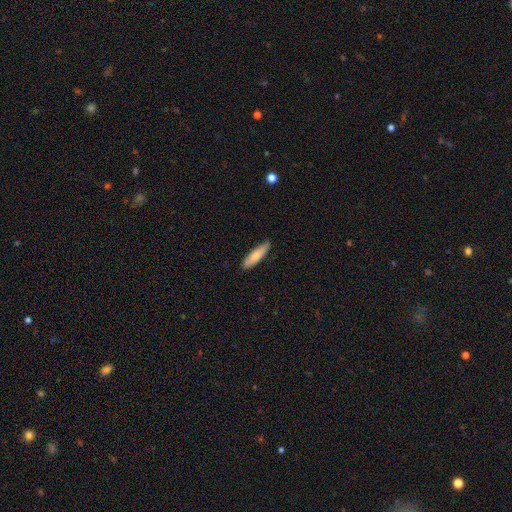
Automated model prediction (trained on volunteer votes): Overall: smooth (73%). How rounded: cigar-shaped (67%; in between 31%). Merging: none (84%).